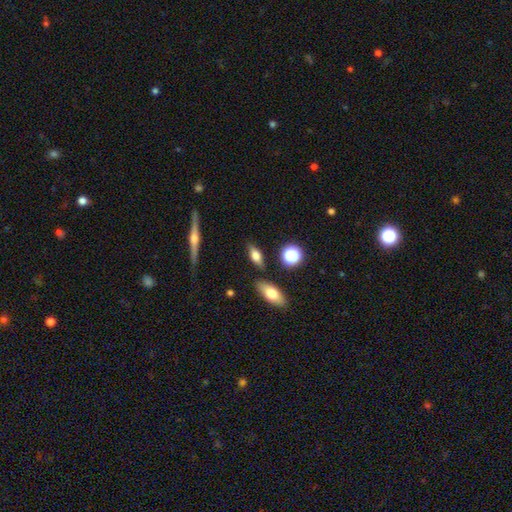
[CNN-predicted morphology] Smooth or featured: smooth — 66% (featured or disk — 24%)
How rounded: in between — 72% (cigar-shaped — 20%)
Merging: none — 80% (minor disturbance — 12%)